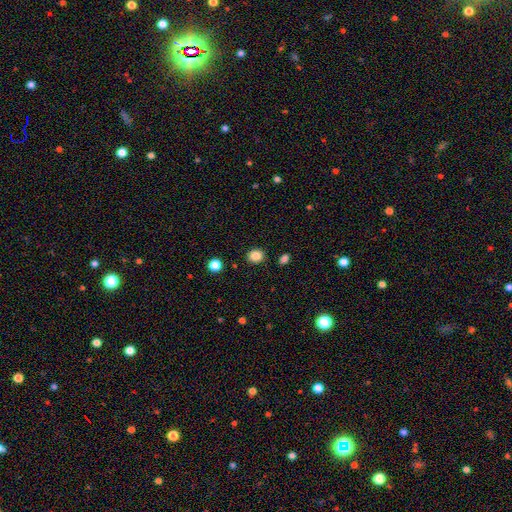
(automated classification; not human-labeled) The model was most divided on "how rounded": round: 65%, in between: 34%, cigar-shaped: 1%. More confident: merging — none (88%); smooth or featured — smooth (85%).